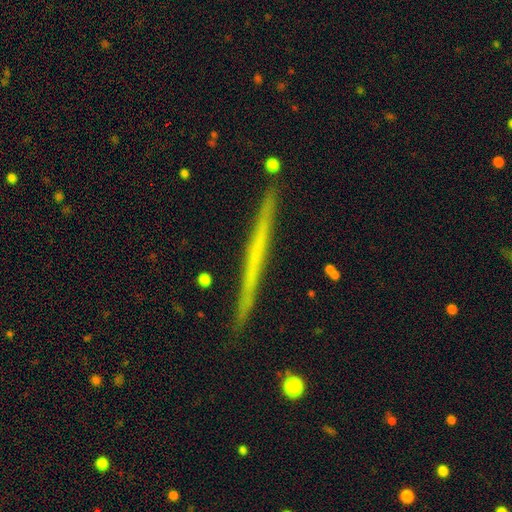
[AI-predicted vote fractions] Smooth or featured: featured or disk — 56% (smooth — 38%)
Edge-on disk: yes — 98% (no — 2%)
Edge-on bulge: none — 93% (rounded — 5%)
Merging: none — 91% (minor disturbance — 6%)